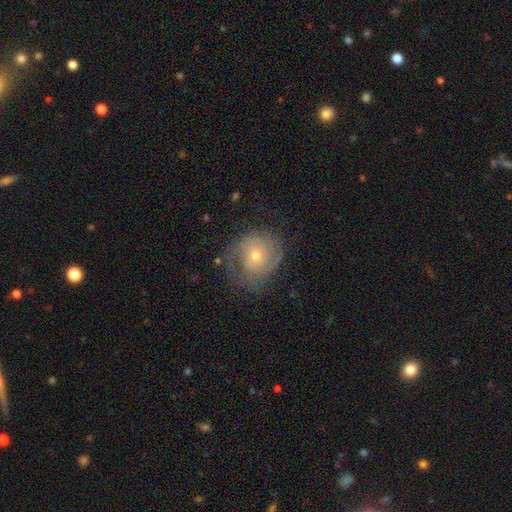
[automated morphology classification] Overall: featured or disk (65%; smooth 26%). Edge-on disk: no (97%). Bar: no (81%). Spiral arms: yes (84%). Spiral arm count: 2 (37%; can't tell 35%). Spiral winding: tight (53%; medium 33%). Bulge size: small (51%; moderate 45%). Merging: none (61%; minor disturbance 22%).